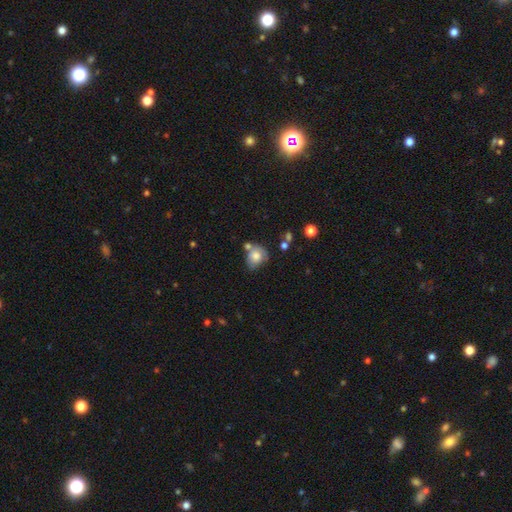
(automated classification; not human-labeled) A smooth galaxy with no disk features (72%) that is round (60%). Merging: none (41%).